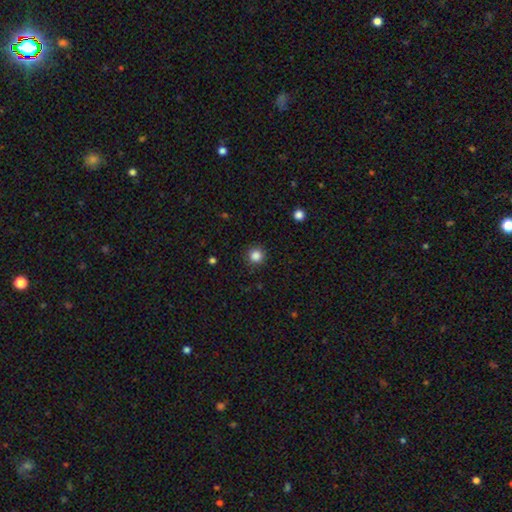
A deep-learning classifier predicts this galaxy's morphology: Smooth or featured?
  - smooth: 85% *
  - star or artifact: 12%
  - featured or disk: 3%
How rounded?
  - round: 94% *
  - in between: 5%
  - cigar-shaped: 1%
Merging?
  - none: 90% *
  - minor disturbance: 6%
  - major disturbance: 2%
  - merger: 1%